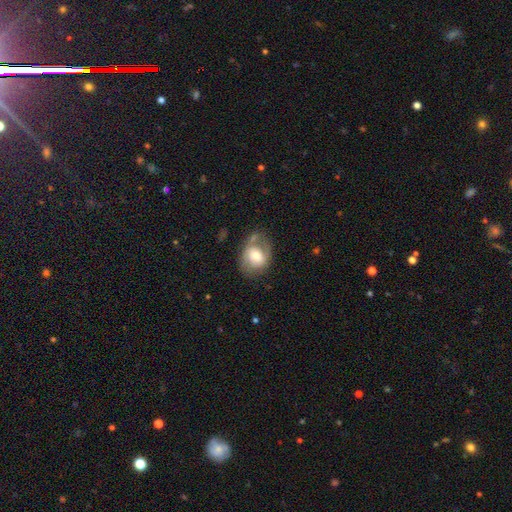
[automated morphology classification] Smooth or featured? smooth (54%)
How rounded? in between (56%)
Merging? none (49%)